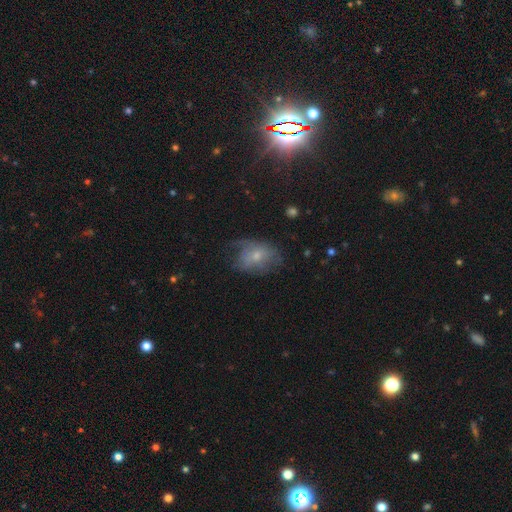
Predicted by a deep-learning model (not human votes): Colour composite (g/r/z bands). It shows a smooth galaxy with no disk features (48%). Merging: none (41%).